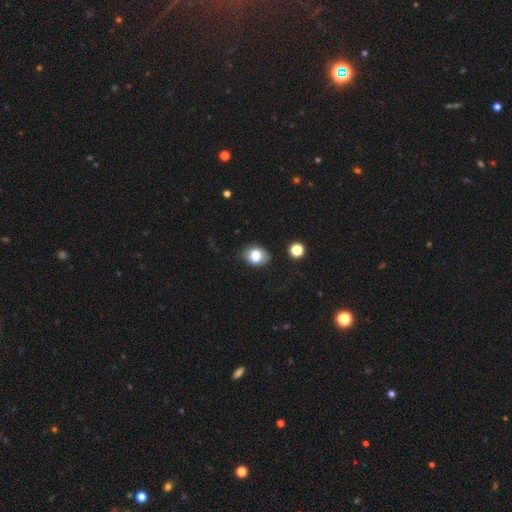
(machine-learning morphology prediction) This is clearly a smooth galaxy (80%). How rounded: possibly in between (59%). Merging: likely none (72%).